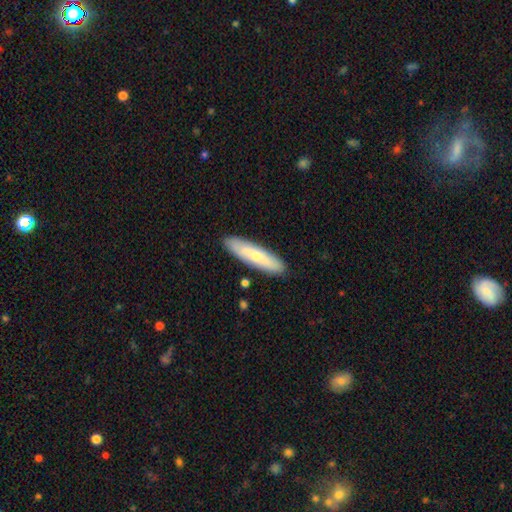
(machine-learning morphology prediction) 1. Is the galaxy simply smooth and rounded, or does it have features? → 63% smooth, 32% featured or disk, 5% star or artifact.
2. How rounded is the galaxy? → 78% cigar-shaped, 20% in between, 2% round.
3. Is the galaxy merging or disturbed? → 89% none, 8% minor disturbance, 2% major disturbance, 1% merger.